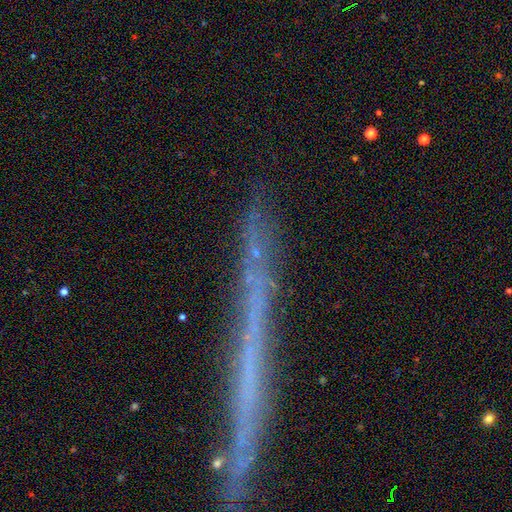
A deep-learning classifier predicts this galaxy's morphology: Smooth or featured: featured or disk — 41% (star or artifact — 31%)
Merging: none — 77% (minor disturbance — 13%)